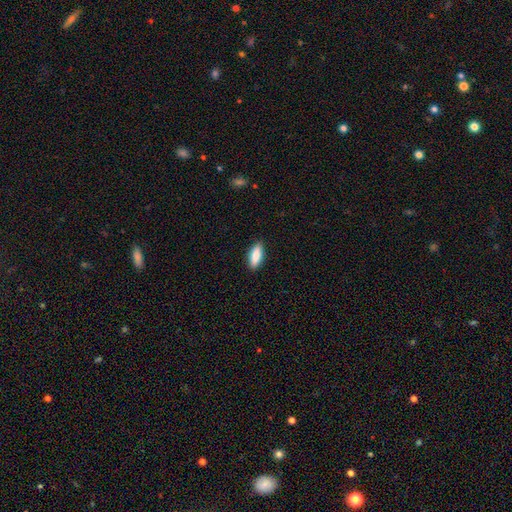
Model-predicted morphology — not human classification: Smooth or featured? smooth (84%)
How rounded? in between (73%)
Merging? none (88%)